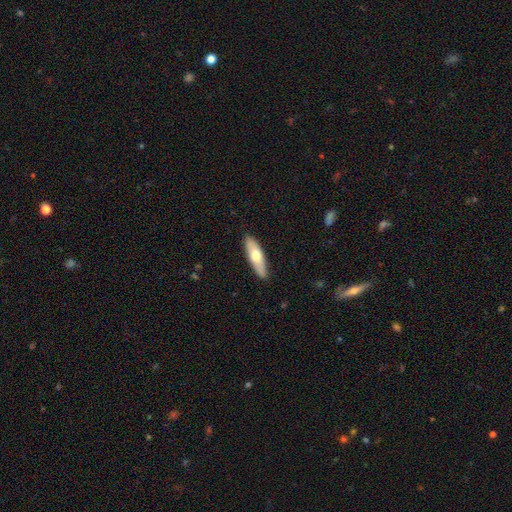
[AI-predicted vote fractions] The model was most divided on "how rounded": cigar-shaped: 53%, in between: 45%, round: 2%. More confident: merging — none (88%); smooth or featured — smooth (59%).